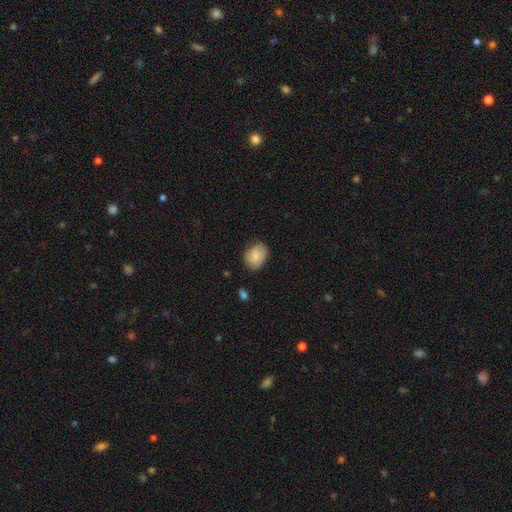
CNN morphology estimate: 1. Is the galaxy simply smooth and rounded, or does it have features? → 70% smooth, 23% featured or disk, 8% star or artifact.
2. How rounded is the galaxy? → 61% in between, 38% round, 1% cigar-shaped.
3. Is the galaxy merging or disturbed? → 69% none, 24% minor disturbance, 5% major disturbance, 1% merger.